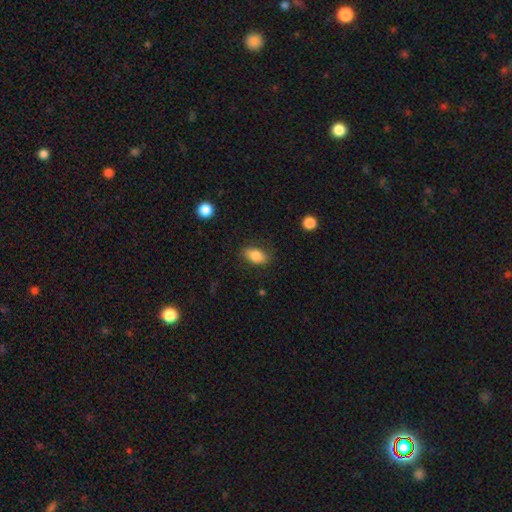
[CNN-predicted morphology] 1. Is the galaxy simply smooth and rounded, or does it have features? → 84% smooth, 8% featured or disk, 8% star or artifact.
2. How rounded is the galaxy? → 88% in between, 9% round, 3% cigar-shaped.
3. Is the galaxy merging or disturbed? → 79% none, 15% minor disturbance, 4% major disturbance, 1% merger.